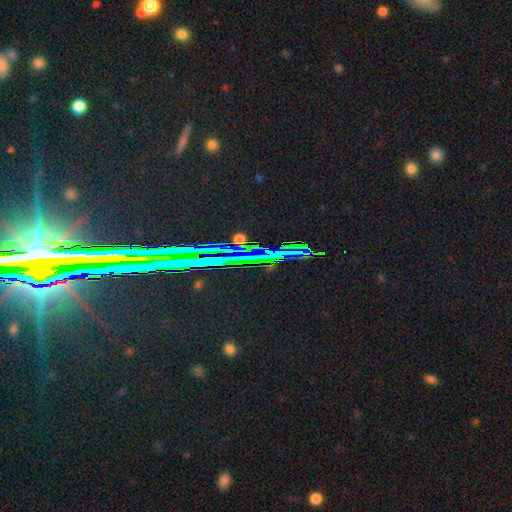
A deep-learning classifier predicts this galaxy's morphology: The model was most divided on "smooth or featured": star or artifact: 85%, featured or disk: 9%, smooth: 6%.